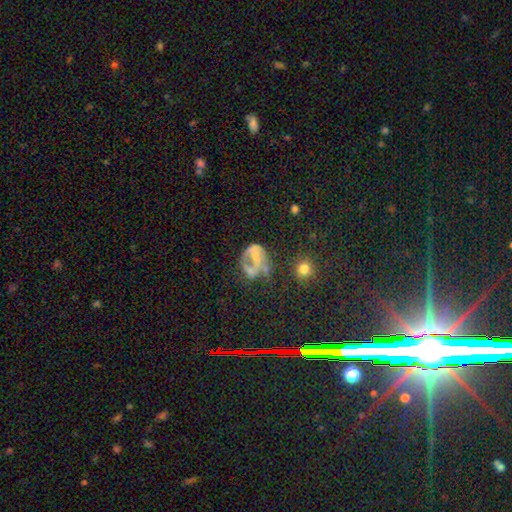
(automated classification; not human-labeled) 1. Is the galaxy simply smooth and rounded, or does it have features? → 46% featured or disk, 35% smooth, 19% star or artifact.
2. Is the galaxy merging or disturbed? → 40% major disturbance, 26% none, 19% minor disturbance, 15% merger.